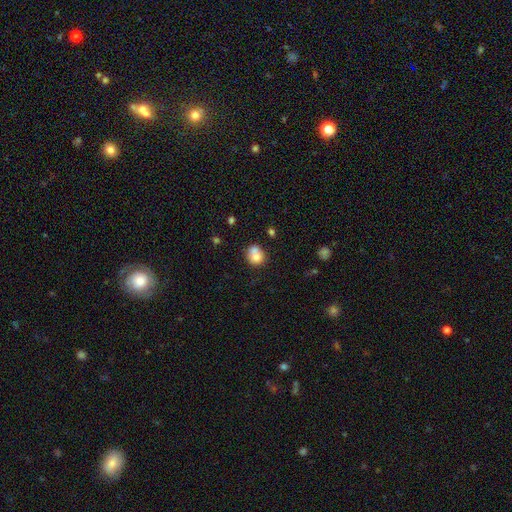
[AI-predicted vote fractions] A smooth galaxy with no disk features (74%) that is round (73%).

Vote fractions:
- Smooth or featured? smooth: 74% / featured or disk: 16% / star or artifact: 10%
- How rounded? round: 73% / in between: 26% / cigar-shaped: 1%
- Merging? merger: 41% / none: 40% / minor disturbance: 14% / major disturbance: 5%